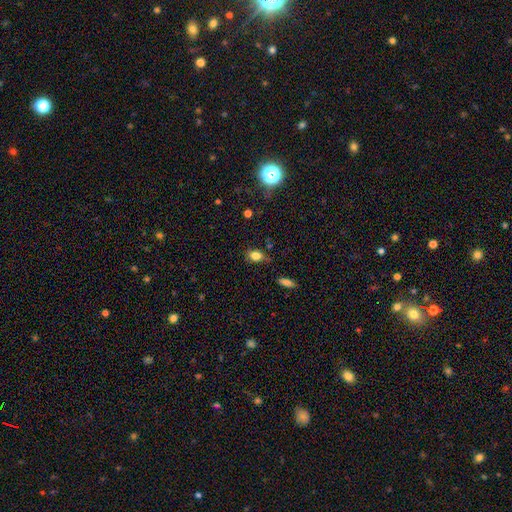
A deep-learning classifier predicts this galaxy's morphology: Smooth or featured: smooth — 81% (star or artifact — 11%)
How rounded: in between — 76% (round — 22%)
Merging: none — 74% (minor disturbance — 19%)